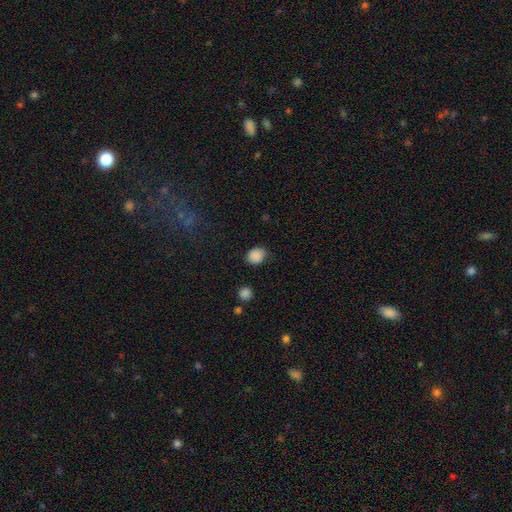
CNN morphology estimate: Smooth or featured? smooth (86%)
How rounded? round (67%)
Merging? none (73%)